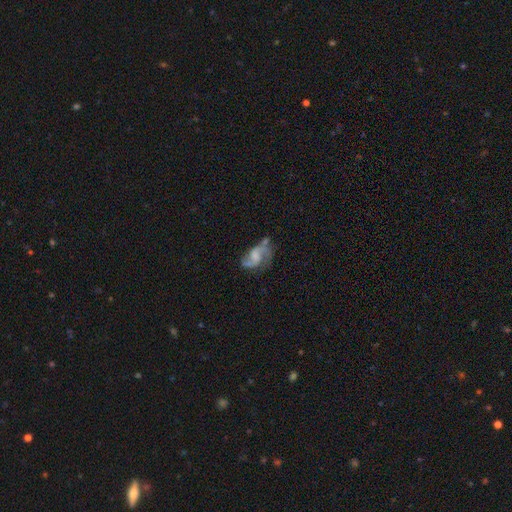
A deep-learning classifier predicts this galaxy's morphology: This appears to be a featured or disk galaxy (81%) with no bar (47%), 2 (88%) loose (52%) spiral arms (94%) and no central bulge (44%). Merging: none (51%).